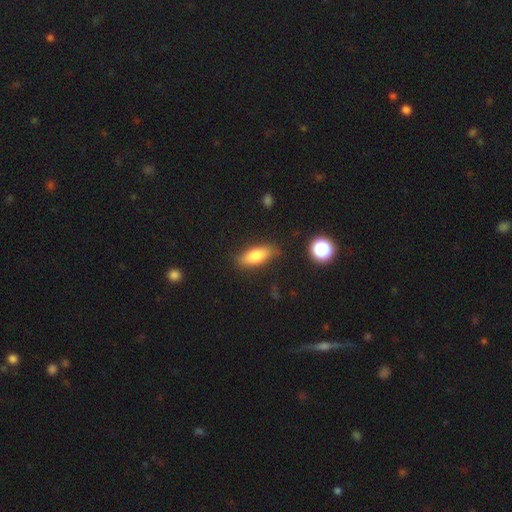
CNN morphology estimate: Smooth or featured?
  - smooth: 79% *
  - featured or disk: 13%
  - star or artifact: 8%
How rounded?
  - in between: 72% *
  - cigar-shaped: 24%
  - round: 3%
Merging?
  - none: 81% *
  - minor disturbance: 13%
  - major disturbance: 3%
  - merger: 2%